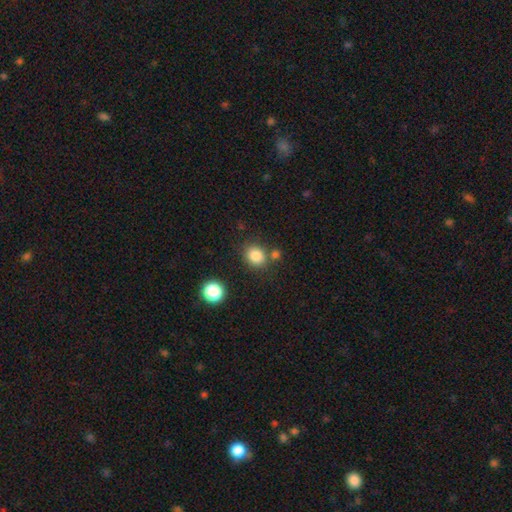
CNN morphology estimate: Smooth or featured?
  - smooth: 84% *
  - star or artifact: 11%
  - featured or disk: 5%
How rounded?
  - round: 63% *
  - in between: 36%
  - cigar-shaped: 1%
Merging?
  - none: 73% *
  - merger: 12%
  - minor disturbance: 11%
  - major disturbance: 4%